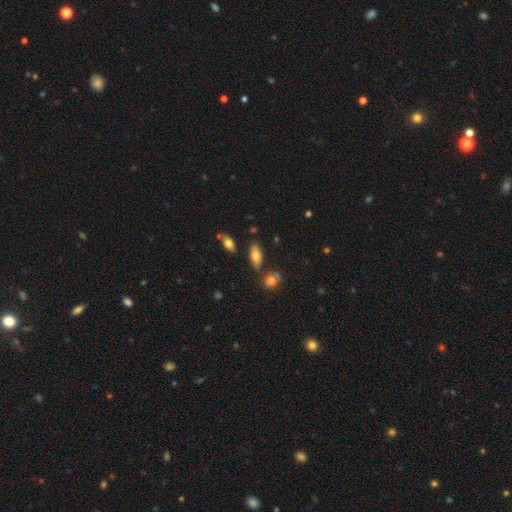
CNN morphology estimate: smooth-or-featured: smooth: 71% | featured or disk: 21% | star or artifact: 8%
  how-rounded: in between: 80% | cigar-shaped: 17% | round: 3%
  merging: none: 78% | minor disturbance: 12% | merger: 7% | major disturbance: 3%